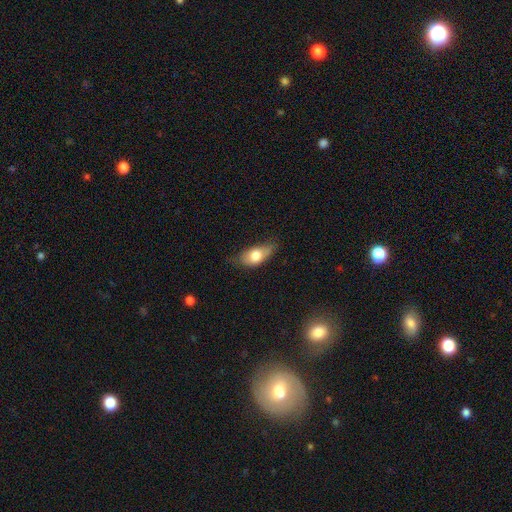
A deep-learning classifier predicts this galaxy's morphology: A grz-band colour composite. It shows a smooth galaxy with no disk features (74%) that is in between round and cigar-shaped (83%). Merging: none (53%).